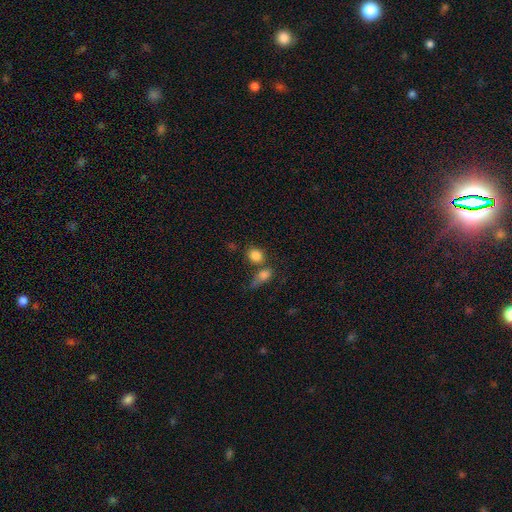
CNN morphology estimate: Overall: smooth (83%). How rounded: round (62%; in between 36%). Merging: none (49%; merger 33%).